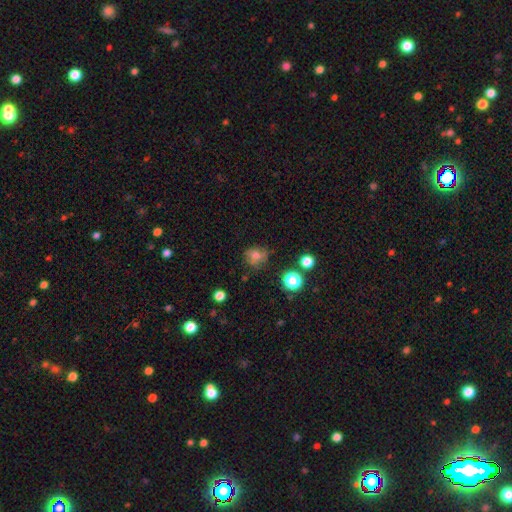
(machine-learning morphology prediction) smooth_or_featured: smooth (p=0.67) [alt: featured or disk p=0.17]
how_rounded: round (p=0.72) [alt: in between p=0.27]
merging: none (p=0.66) [alt: minor disturbance p=0.22]